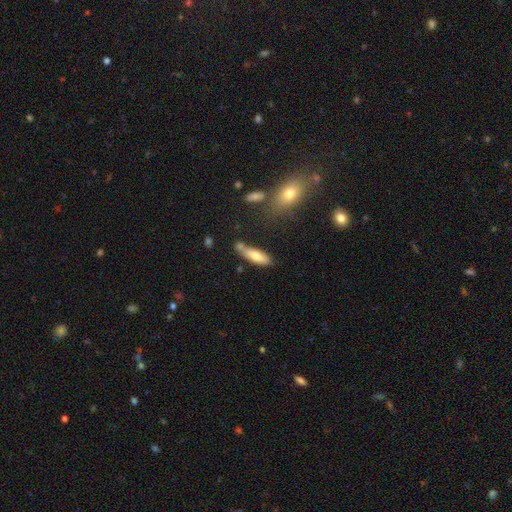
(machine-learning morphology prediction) type=smooth (73%); roundness=cigar-shaped (50%); merging=none (58%).